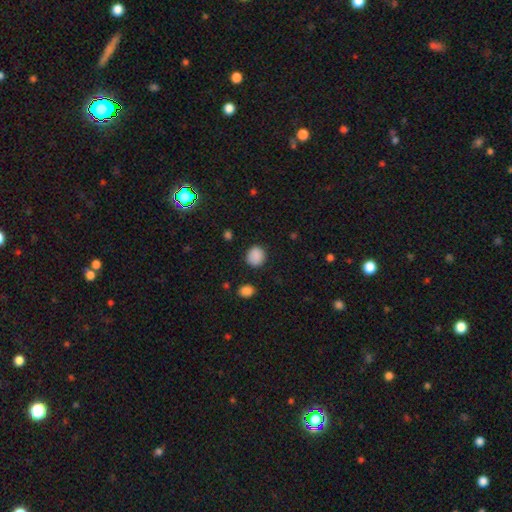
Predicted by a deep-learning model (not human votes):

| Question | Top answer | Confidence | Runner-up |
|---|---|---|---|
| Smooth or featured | smooth | 87% | star or artifact (9%) |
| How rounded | round | 85% | in between (14%) |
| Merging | none | 85% | minor disturbance (10%) |